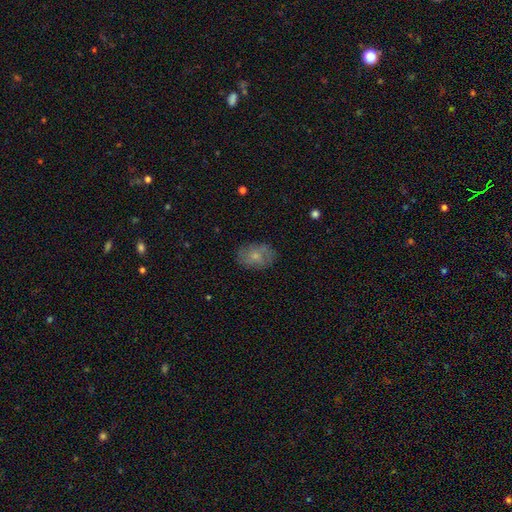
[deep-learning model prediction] smooth-or-featured: smooth: 59% | featured or disk: 33% | star or artifact: 8%
  how-rounded: in between: 78% | round: 21% | cigar-shaped: 1%
  merging: none: 74% | minor disturbance: 18% | major disturbance: 7% | merger: 1%